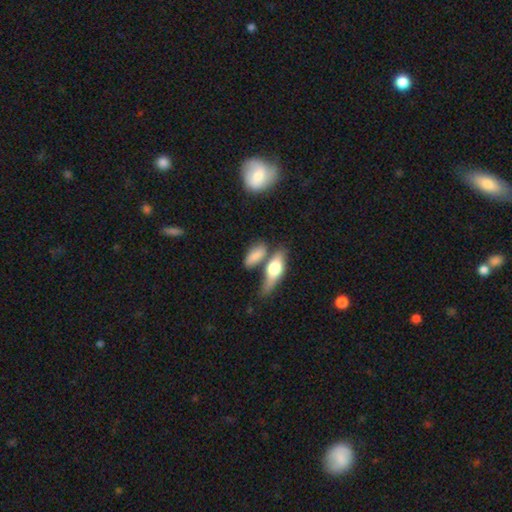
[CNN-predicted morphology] The model was most divided on "merging": none: 47%, merger: 30%, minor disturbance: 16%, major disturbance: 7%. More confident: smooth or featured — smooth (73%); how rounded — in between (69%).